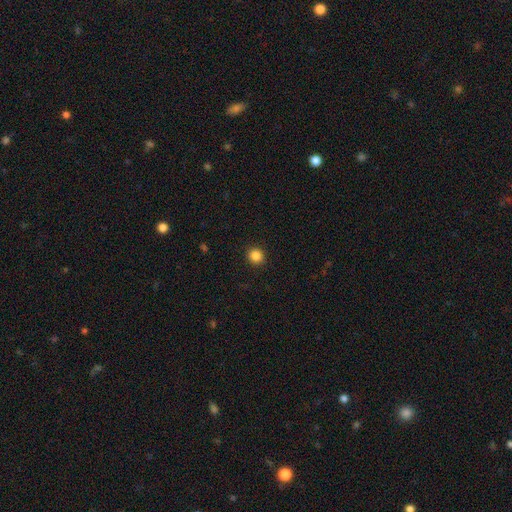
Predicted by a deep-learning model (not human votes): smooth 85%, star or artifact 11%, featured or disk 4%. Down the decision tree: how rounded — round (89%); merging — none (93%).